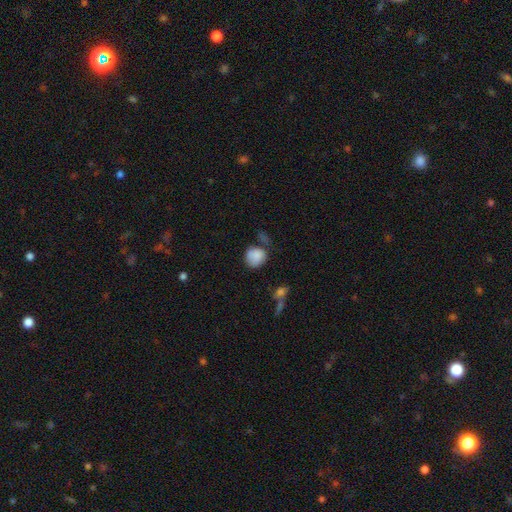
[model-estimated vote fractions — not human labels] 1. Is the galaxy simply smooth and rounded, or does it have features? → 85% smooth, 8% star or artifact, 7% featured or disk.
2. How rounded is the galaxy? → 79% round, 20% in between, 1% cigar-shaped.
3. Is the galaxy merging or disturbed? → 56% none, 25% minor disturbance, 11% merger, 9% major disturbance.